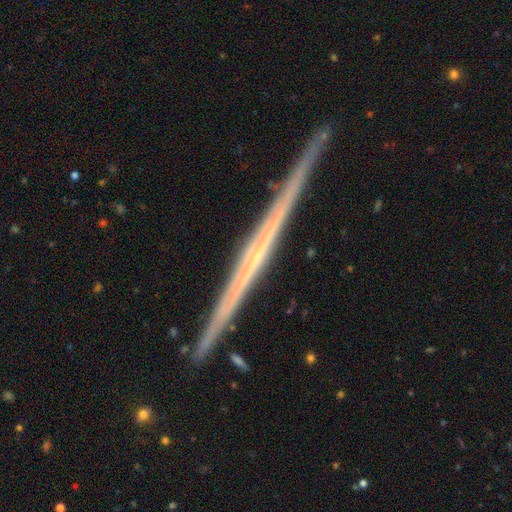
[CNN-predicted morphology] Smooth or featured?
  - featured or disk: 79% *
  - smooth: 15%
  - star or artifact: 6%
Edge-on disk?
  - yes: 98% *
  - no: 2%
Edge-on bulge?
  - none: 73% *
  - rounded: 20%
  - boxy: 7%
Merging?
  - none: 90% *
  - minor disturbance: 7%
  - major disturbance: 1%
  - merger: 1%